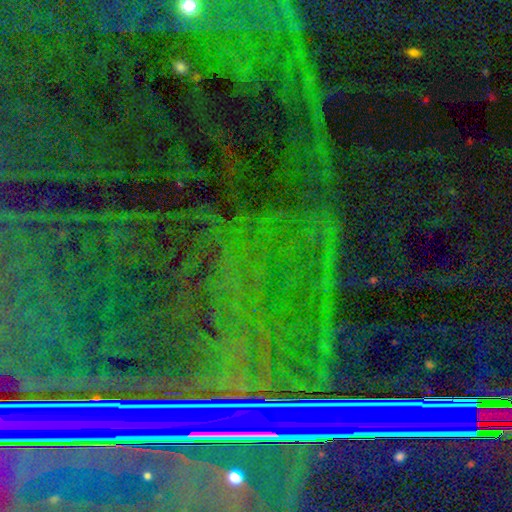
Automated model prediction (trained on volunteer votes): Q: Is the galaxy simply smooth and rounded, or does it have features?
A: star or artifact — 86%.